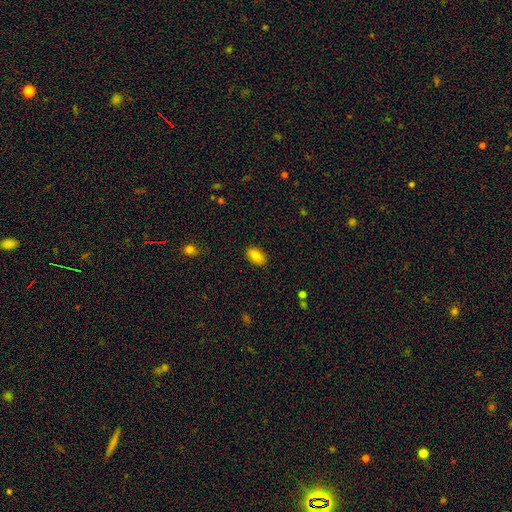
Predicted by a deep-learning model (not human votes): The model was most divided on "smooth or featured": smooth: 85%, star or artifact: 8%, featured or disk: 7%. More confident: how rounded — in between (91%); merging — none (88%).